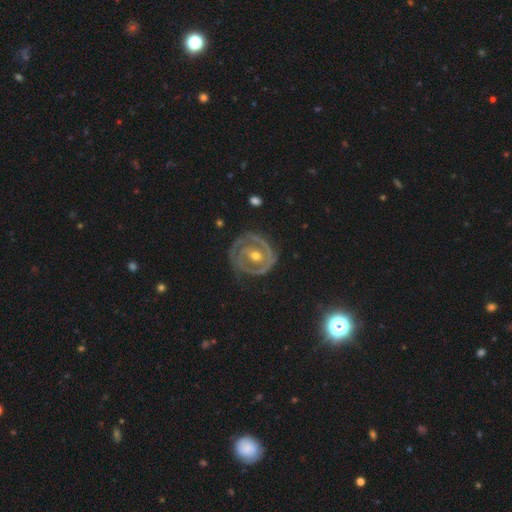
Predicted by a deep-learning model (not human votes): Q: Smooth or featured?
A: featured or disk (83%); runner-up: smooth (12%)
Q: Edge-on disk?
A: no (96%); runner-up: yes (4%)
Q: Bar?
A: no (51%); runner-up: weak (31%)
Q: Spiral arms?
A: yes (75%); runner-up: no (25%)
Q: Spiral winding?
A: tight (70%); runner-up: medium (23%)
Q: Spiral arm count?
A: 2 (46%); runner-up: 1 (21%)
Q: Bulge size?
A: moderate (63%); runner-up: small (32%)
Q: Merging?
A: none (76%); runner-up: minor disturbance (16%)